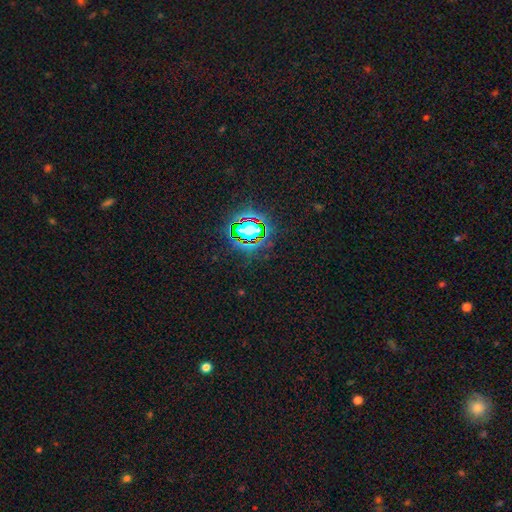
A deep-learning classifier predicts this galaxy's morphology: Smooth or featured? star or artifact (82%)